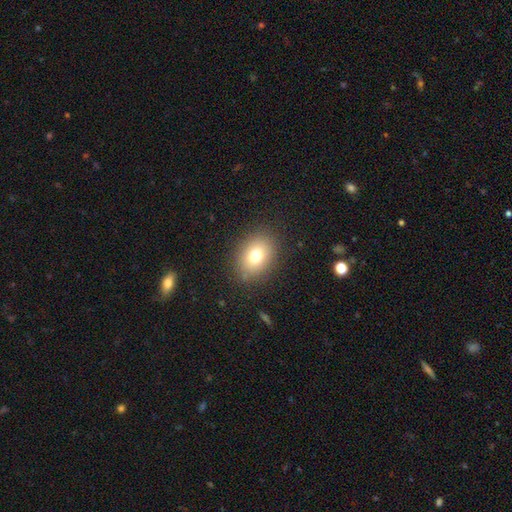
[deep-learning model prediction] A smooth galaxy with no disk features (75%) that is in between round and cigar-shaped (63%).

Vote fractions:
- Smooth or featured? smooth: 75% / featured or disk: 13% / star or artifact: 12%
- How rounded? in between: 63% / round: 36% / cigar-shaped: 1%
- Merging? none: 85% / minor disturbance: 10% / major disturbance: 4% / merger: 1%